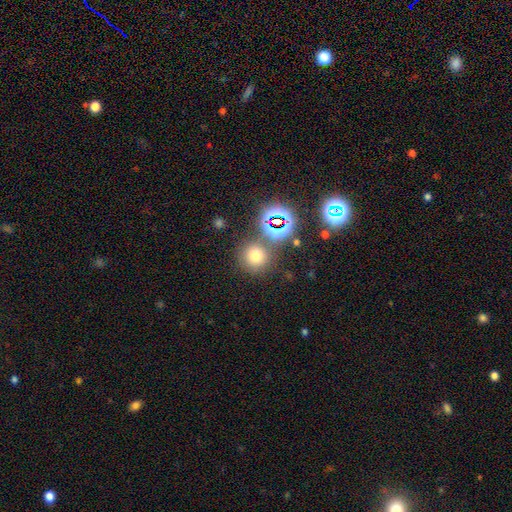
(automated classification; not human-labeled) This appears to be a smooth galaxy with no disk features (65%) that is round (92%). Merging: none (73%).